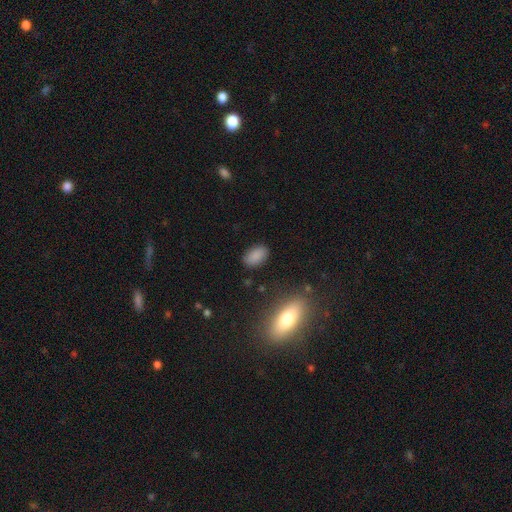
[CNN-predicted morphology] smooth-or-featured: smooth: 85% | star or artifact: 10% | featured or disk: 5%
  how-rounded: in between: 92% | round: 6% | cigar-shaped: 2%
  merging: none: 86% | minor disturbance: 10% | major disturbance: 3% | merger: 1%